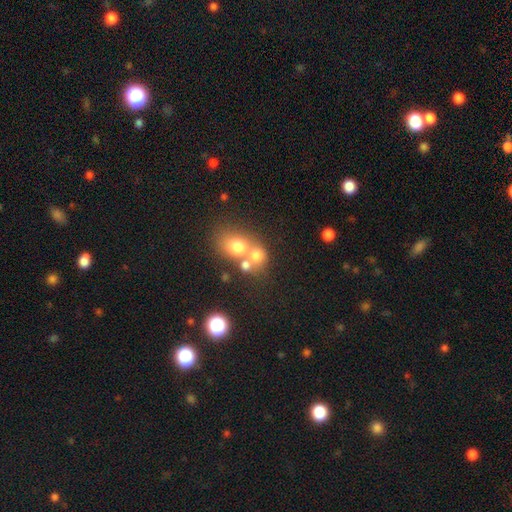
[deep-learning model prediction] smooth-or-featured: smooth: 70% | featured or disk: 16% | star or artifact: 14%
  how-rounded: round: 70% | in between: 29% | cigar-shaped: 1%
  merging: merger: 54% | none: 34% | minor disturbance: 7% | major disturbance: 4%